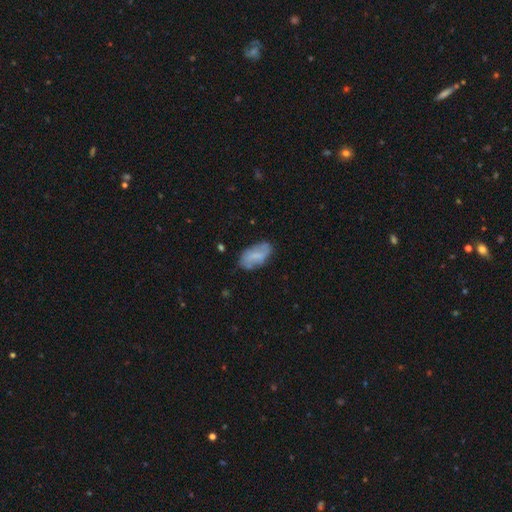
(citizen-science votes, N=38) Smooth or featured? 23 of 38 (61%) said smooth. How rounded? 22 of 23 (96%) said in between. Merging? 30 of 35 (86%) said none.